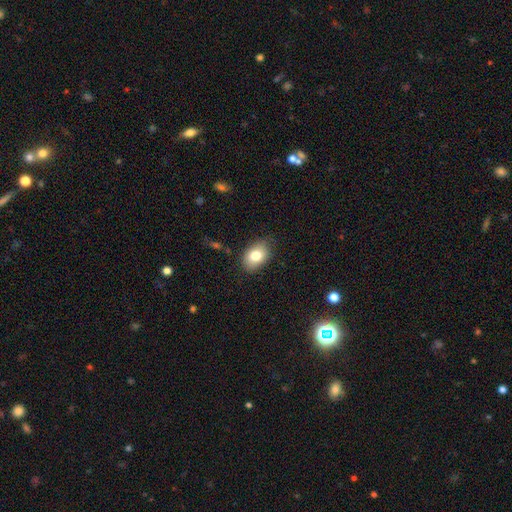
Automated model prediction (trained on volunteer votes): A smooth galaxy with no disk features (80%) that is in between round and cigar-shaped (83%). Merging: none (83%).